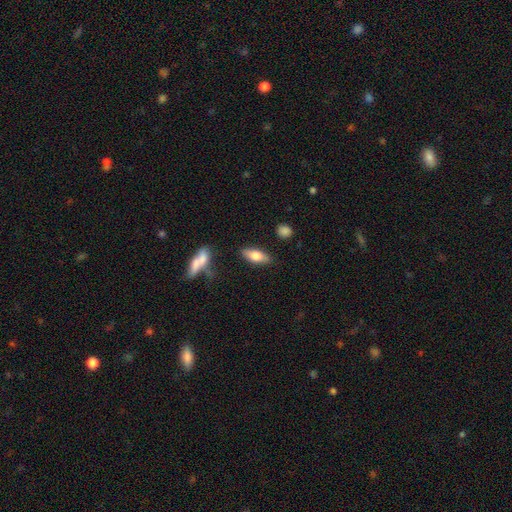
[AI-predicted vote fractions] Smooth or featured: smooth — 63% (featured or disk — 30%)
How rounded: in between — 69% (cigar-shaped — 28%)
Merging: none — 82% (minor disturbance — 11%)